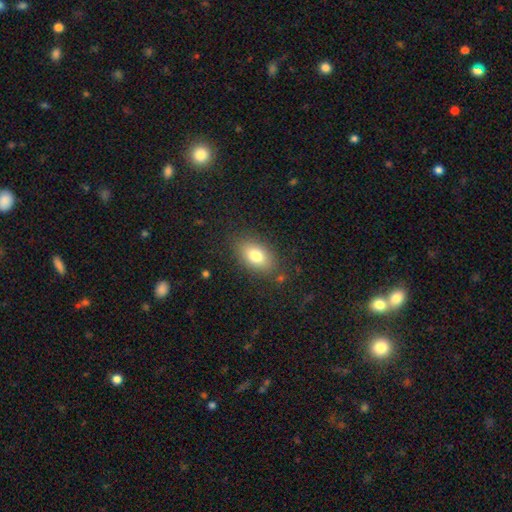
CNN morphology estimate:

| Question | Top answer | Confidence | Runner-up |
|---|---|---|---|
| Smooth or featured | smooth | 78% | featured or disk (13%) |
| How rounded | in between | 87% | round (10%) |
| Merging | none | 83% | minor disturbance (12%) |